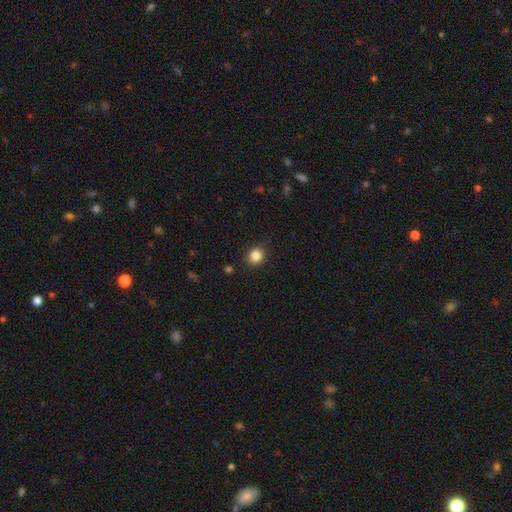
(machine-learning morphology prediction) This appears to be a smooth galaxy with no disk features (84%) that is round (78%). Merging: none (89%).